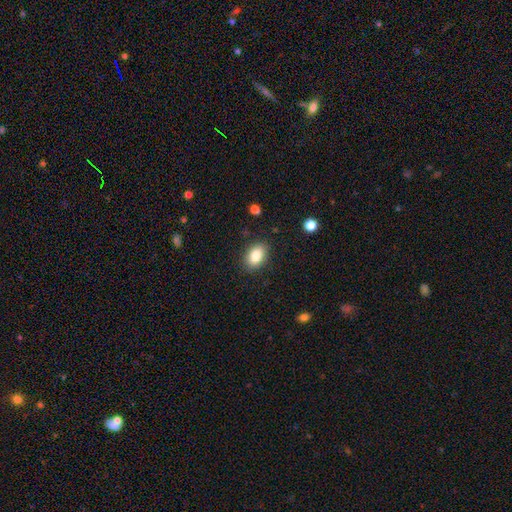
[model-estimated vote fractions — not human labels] Smooth or featured: smooth — 84% (featured or disk — 8%)
How rounded: in between — 85% (round — 13%)
Merging: none — 86% (minor disturbance — 10%)